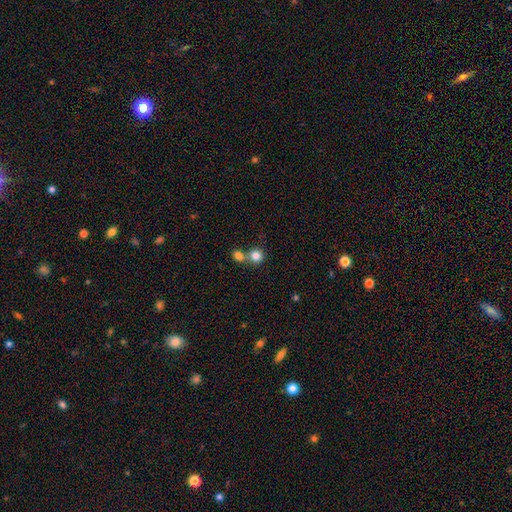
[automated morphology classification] smooth_or_featured: smooth (p=0.81) [alt: star or artifact p=0.11]
how_rounded: round (p=0.88) [alt: in between p=0.11]
merging: none (p=0.47) [alt: merger p=0.45]